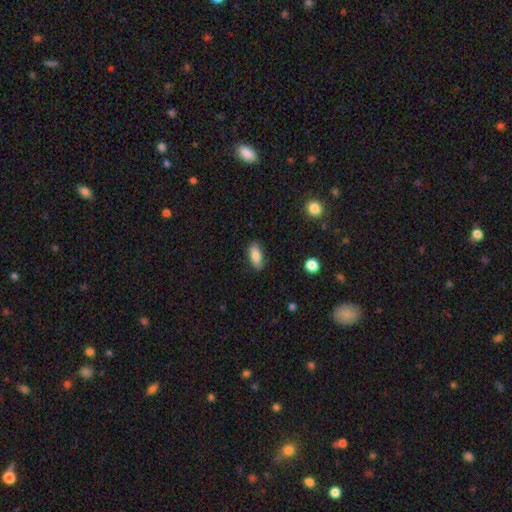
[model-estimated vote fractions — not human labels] A smooth galaxy with no disk features (84%) that is in between round and cigar-shaped (81%). Merging: none (86%).